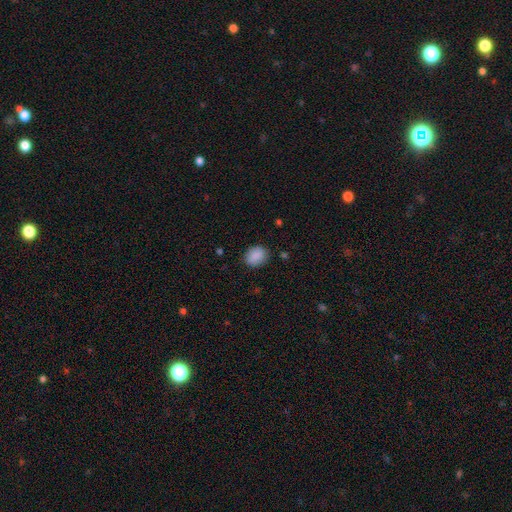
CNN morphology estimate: This is clearly a smooth galaxy (88%). How rounded: possibly in between (55%). Merging: clearly none (84%).